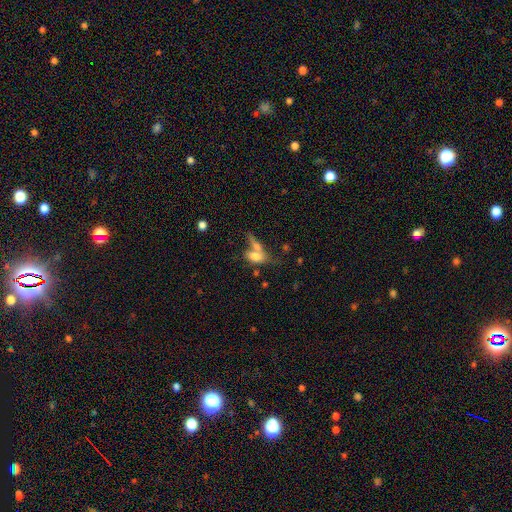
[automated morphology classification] smooth-or-featured: smooth: 69% | featured or disk: 22% | star or artifact: 10%
  how-rounded: in between: 76% | cigar-shaped: 14% | round: 10%
  merging: merger: 46% | none: 32% | minor disturbance: 12% | major disturbance: 10%